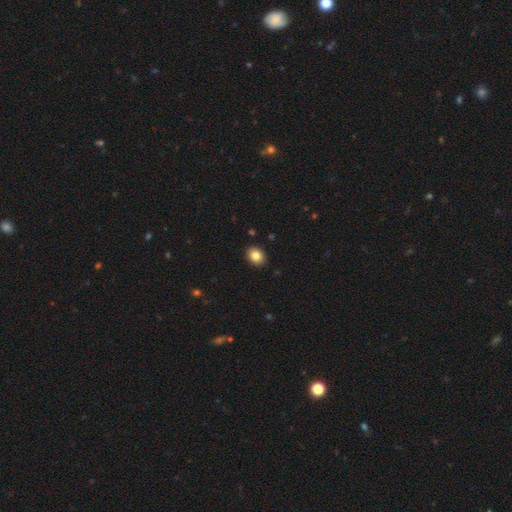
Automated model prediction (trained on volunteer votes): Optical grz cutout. It shows a smooth galaxy with no disk features (84%) that is round (51%). Merging: none (91%).